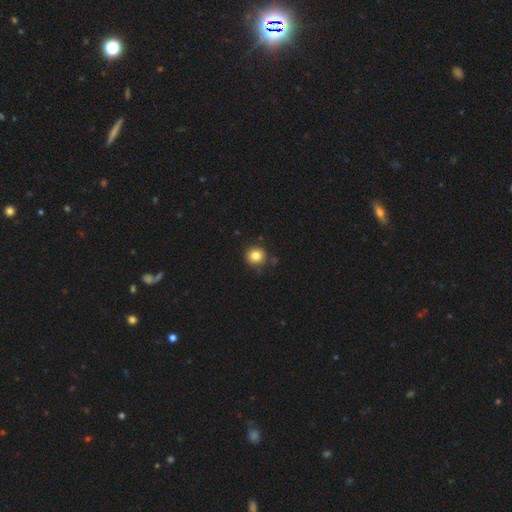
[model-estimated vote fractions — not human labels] This is clearly a smooth galaxy (83%). How rounded: clearly round (90%). Merging: clearly none (85%).